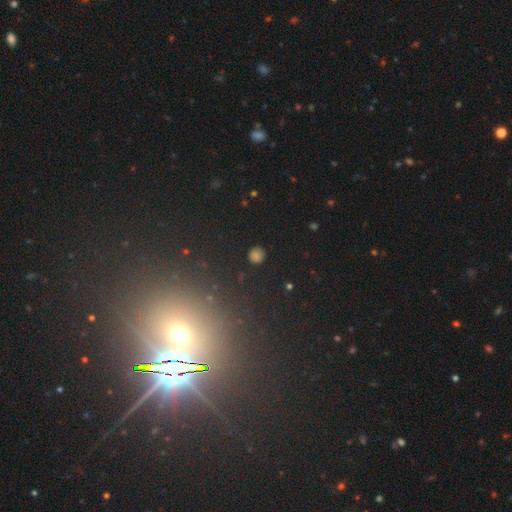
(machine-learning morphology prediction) A smooth galaxy with no disk features (56%) that is round (78%).

Vote fractions:
- Smooth or featured? smooth: 56% / star or artifact: 35% / featured or disk: 8%
- How rounded? round: 78% / in between: 19% / cigar-shaped: 2%
- Merging? none: 87% / minor disturbance: 7% / major disturbance: 3% / merger: 2%